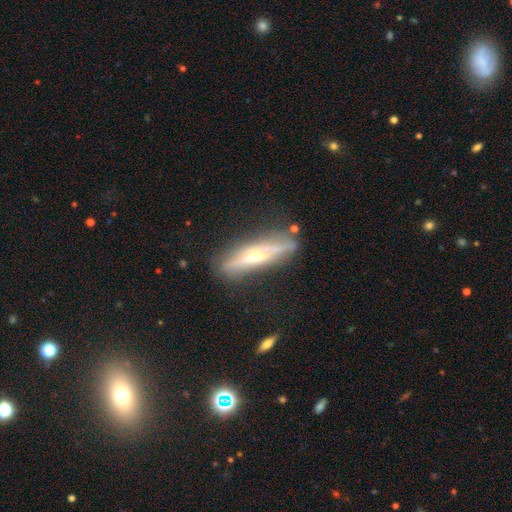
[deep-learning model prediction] smooth_or_featured: featured or disk (p=0.69) [alt: smooth p=0.25]
disk_edge_on: yes (p=0.87) [alt: no p=0.13]
edge_on_bulge: rounded (p=0.74) [alt: none p=0.16]
merging: none (p=0.74) [alt: minor disturbance p=0.18]